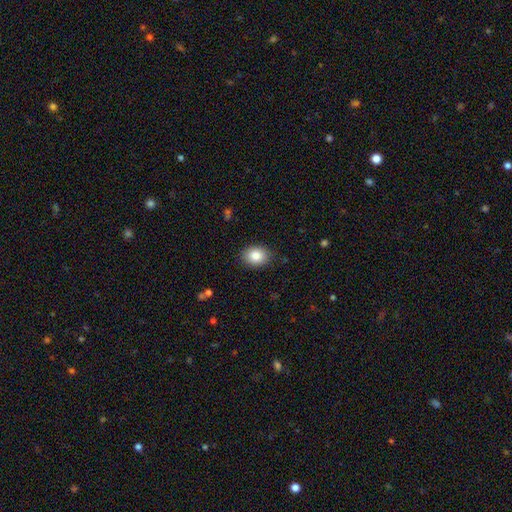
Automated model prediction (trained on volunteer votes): A smooth galaxy with no disk features (85%) that is in between round and cigar-shaped (61%). Merging: none (87%).